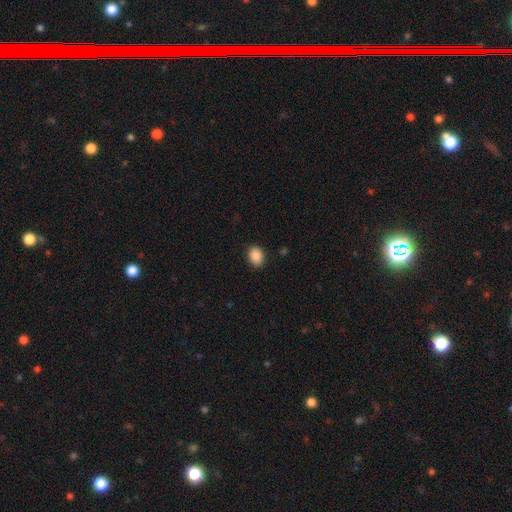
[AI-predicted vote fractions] smooth_or_featured: smooth (p=0.88) [alt: star or artifact p=0.08]
how_rounded: in between (p=0.68) [alt: round p=0.31]
merging: none (p=0.87) [alt: minor disturbance p=0.10]